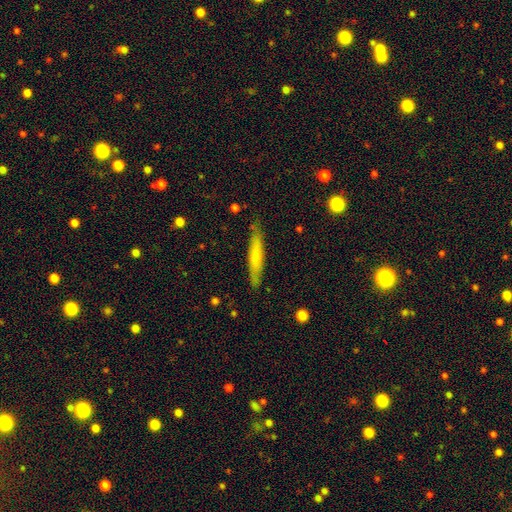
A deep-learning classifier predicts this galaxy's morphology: type=smooth (62%); roundness=cigar-shaped (92%); merging=none (84%).